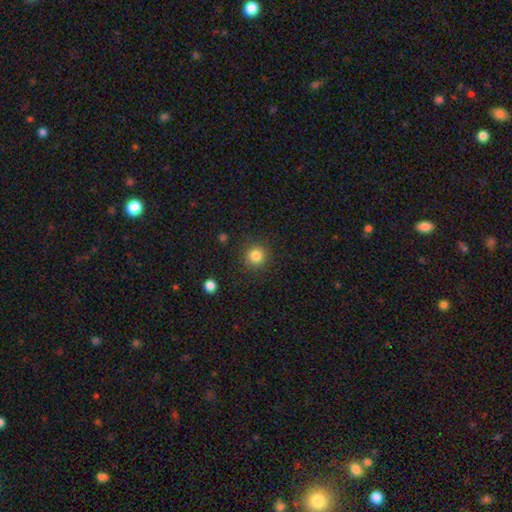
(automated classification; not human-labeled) A smooth galaxy with no disk features (84%) that is round (93%).

Vote fractions:
- Smooth or featured? smooth: 84% / star or artifact: 11% / featured or disk: 5%
- How rounded? round: 93% / in between: 6% / cigar-shaped: 1%
- Merging? none: 89% / minor disturbance: 7% / major disturbance: 3% / merger: 1%